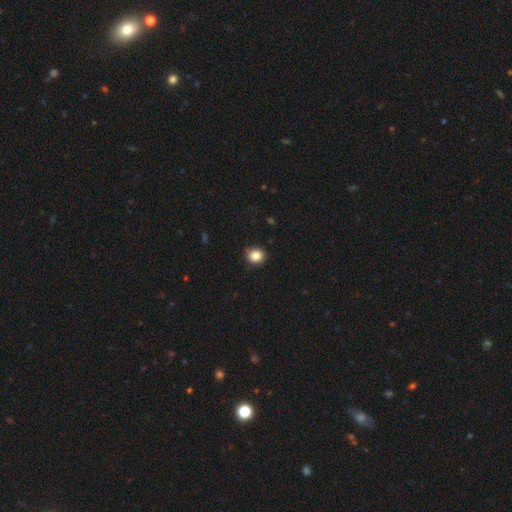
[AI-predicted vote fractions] The model was most divided on "how rounded": round: 78%, in between: 21%, cigar-shaped: 1%. More confident: merging — none (85%); smooth or featured — smooth (85%).